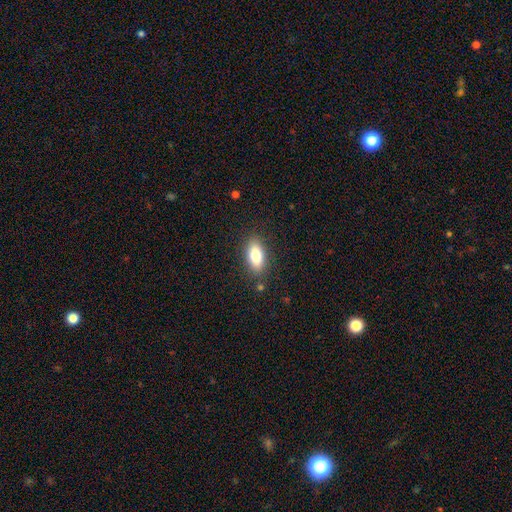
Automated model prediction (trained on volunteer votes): Q: Smooth or featured?
A: smooth (80%); runner-up: featured or disk (13%)
Q: How rounded?
A: in between (84%); runner-up: cigar-shaped (12%)
Q: Merging?
A: none (85%); runner-up: minor disturbance (10%)